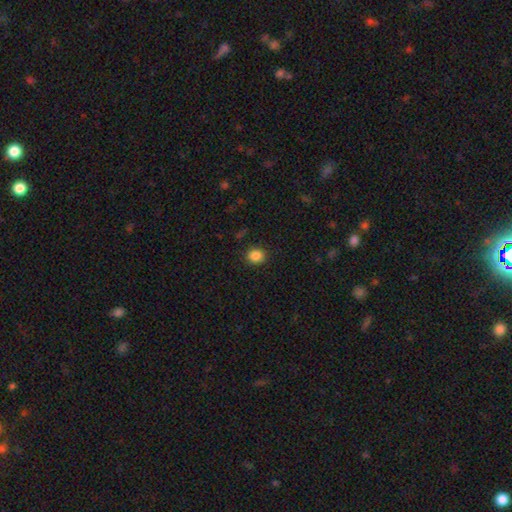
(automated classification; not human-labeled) smooth_or_featured: smooth (p=0.86) [alt: star or artifact p=0.10]
how_rounded: round (p=0.72) [alt: in between p=0.27]
merging: none (p=0.89) [alt: minor disturbance p=0.07]